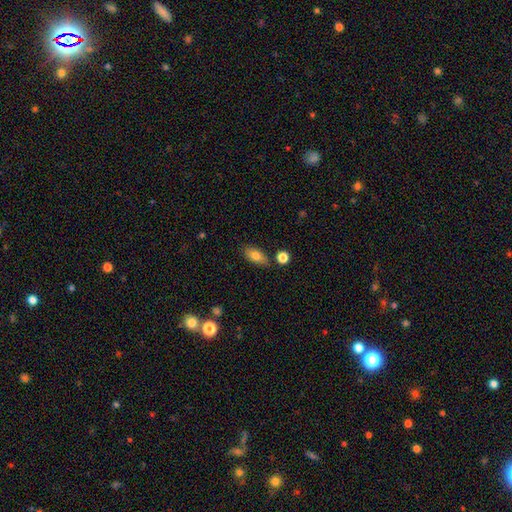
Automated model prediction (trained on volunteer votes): Overall: smooth (79%). How rounded: in between (86%). Merging: none (77%).